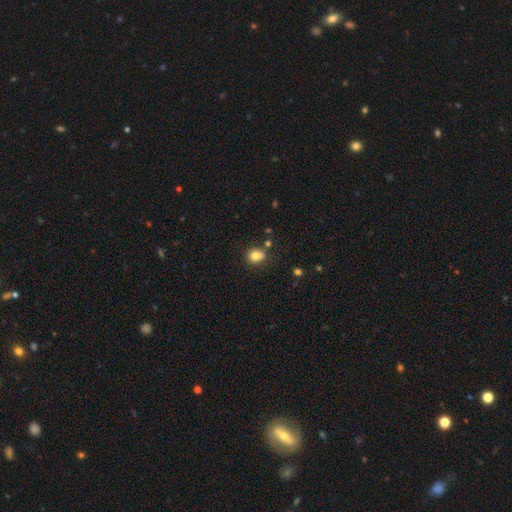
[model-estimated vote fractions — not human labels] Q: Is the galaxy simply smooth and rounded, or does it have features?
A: smooth — 80%.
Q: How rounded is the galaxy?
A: round — 71%.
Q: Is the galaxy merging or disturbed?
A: none — 71%.